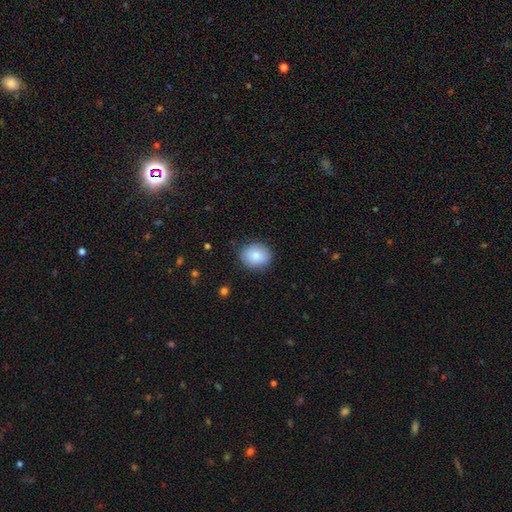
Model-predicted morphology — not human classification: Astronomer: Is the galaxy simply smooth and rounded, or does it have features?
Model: smooth — 85%.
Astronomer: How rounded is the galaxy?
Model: round — 64%.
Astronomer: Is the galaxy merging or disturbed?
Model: none — 85%.